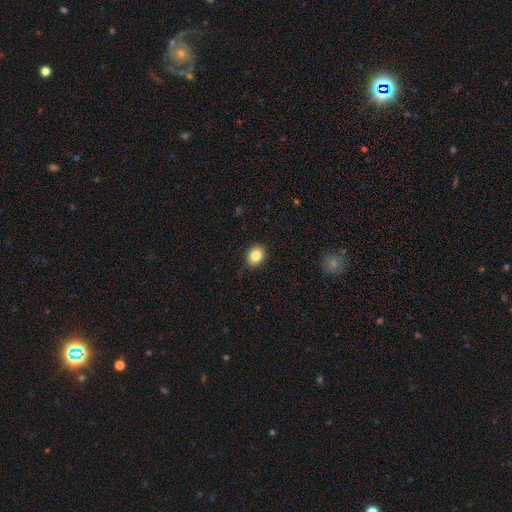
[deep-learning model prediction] Smooth or featured? smooth (84%)
How rounded? round (51%)
Merging? none (87%)